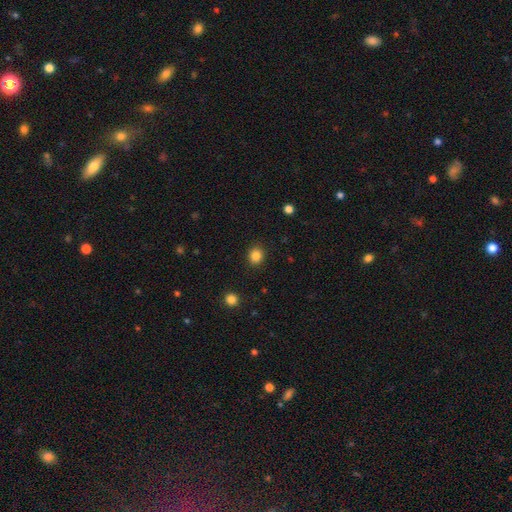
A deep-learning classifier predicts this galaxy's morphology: The model was most divided on "how rounded": round: 77%, in between: 22%, cigar-shaped: 1%. More confident: merging — none (90%); smooth or featured — smooth (84%).